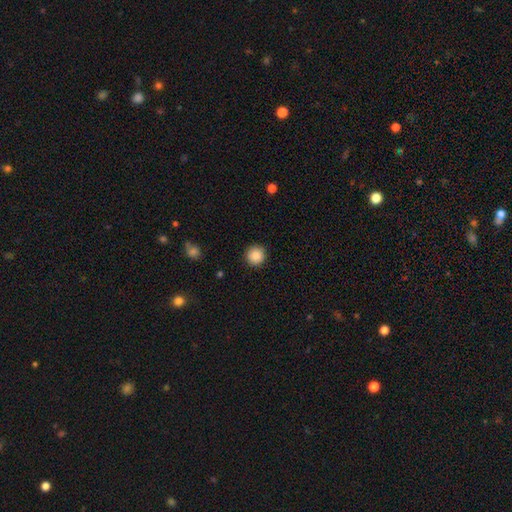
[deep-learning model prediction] The model was most divided on "smooth or featured": smooth: 88%, star or artifact: 9%, featured or disk: 4%. More confident: how rounded — round (95%); merging — none (91%).